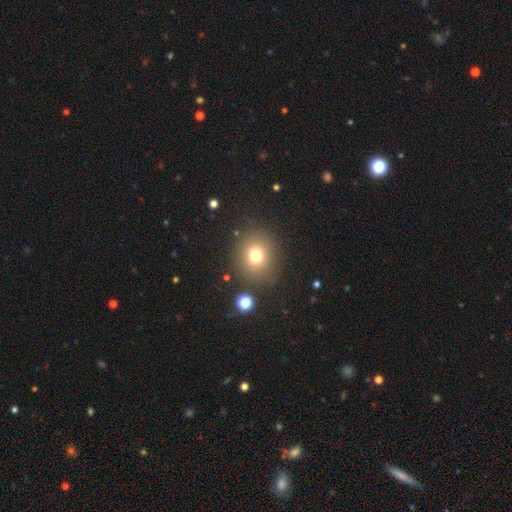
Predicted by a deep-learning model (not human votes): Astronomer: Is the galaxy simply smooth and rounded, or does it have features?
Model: smooth — 74%.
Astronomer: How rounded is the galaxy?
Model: round — 78%.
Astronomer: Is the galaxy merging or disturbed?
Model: none — 84%.